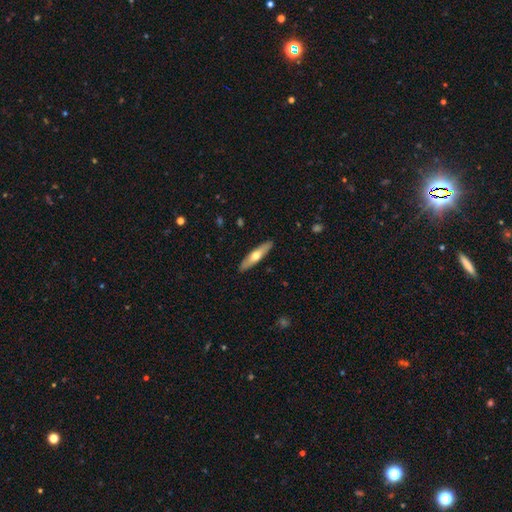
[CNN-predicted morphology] type=smooth (52%); roundness=cigar-shaped (78%); merging=none (91%).